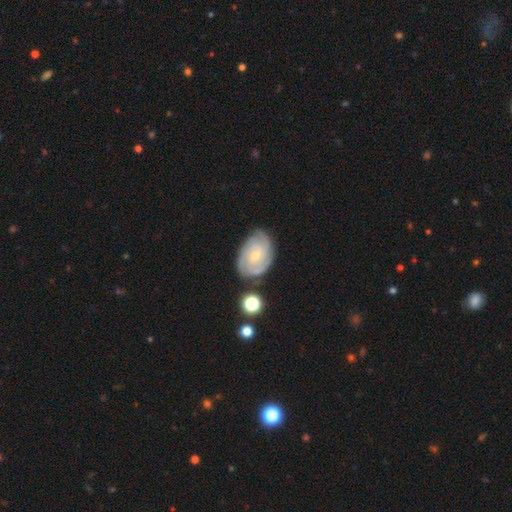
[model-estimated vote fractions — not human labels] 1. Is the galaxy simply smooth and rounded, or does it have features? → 77% featured or disk, 17% smooth, 6% star or artifact.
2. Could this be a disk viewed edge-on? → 97% no, 3% yes.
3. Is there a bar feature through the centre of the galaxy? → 55% no, 38% weak, 7% strong.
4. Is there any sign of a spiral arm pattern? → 94% yes, 6% no.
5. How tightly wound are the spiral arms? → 67% tight, 27% medium, 6% loose.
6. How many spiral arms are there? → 30% can't tell, 25% 3, 23% 2, 13% 4, 5% more than 4, 5% 1.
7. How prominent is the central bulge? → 72% small, 24% moderate, 2% none, 1% large, 1% dominant.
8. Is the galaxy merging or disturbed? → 73% none, 19% minor disturbance, 5% major disturbance, 4% merger.